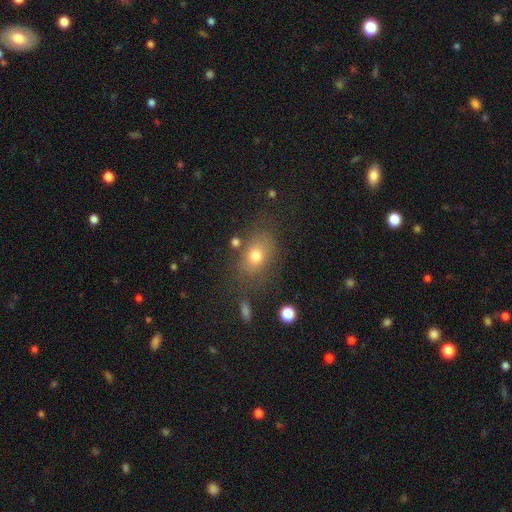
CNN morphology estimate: This is likely a smooth galaxy (72%). How rounded: likely in between (66%). Merging: likely none (72%).